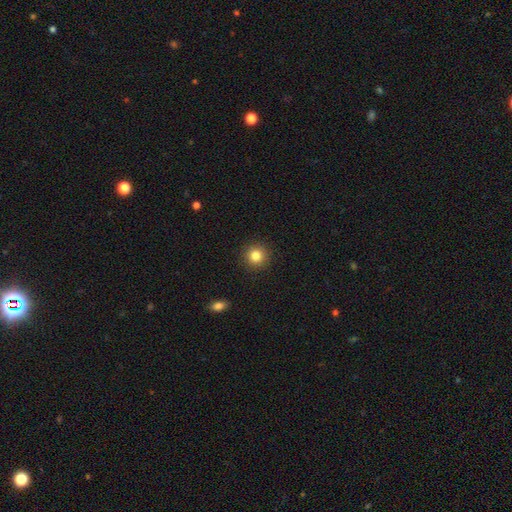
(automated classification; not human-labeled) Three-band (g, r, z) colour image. It shows a smooth galaxy with no disk features (83%) that is round (94%). Merging: none (92%).